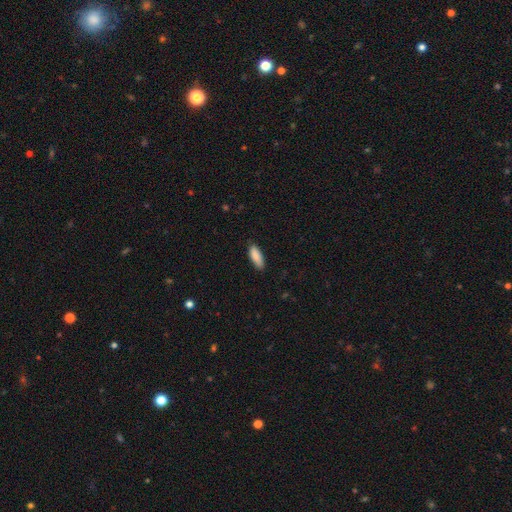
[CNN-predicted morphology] smooth 88%, featured or disk 6%, star or artifact 6%. Down the decision tree: how rounded — in between (70%); merging — none (83%).